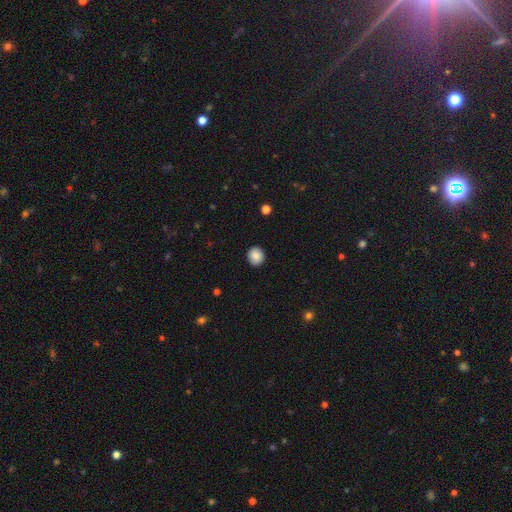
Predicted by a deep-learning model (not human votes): Overall: smooth (86%). How rounded: round (82%). Merging: none (90%).